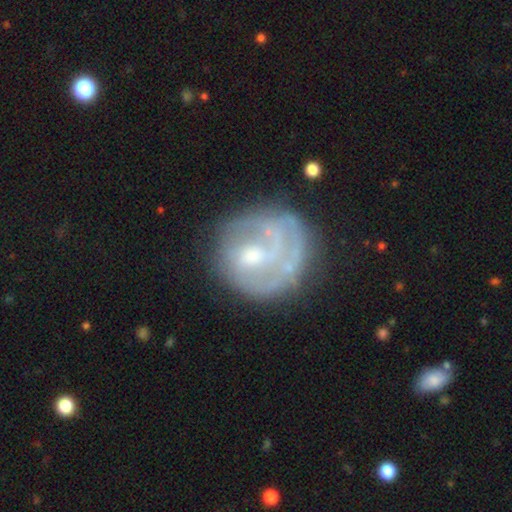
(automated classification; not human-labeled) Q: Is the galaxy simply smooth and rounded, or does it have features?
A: featured or disk — 66%.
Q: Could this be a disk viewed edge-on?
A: no — 98%.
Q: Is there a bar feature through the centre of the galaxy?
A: no — 62%.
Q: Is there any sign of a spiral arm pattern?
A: yes — 59%.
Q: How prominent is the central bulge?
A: moderate — 48%.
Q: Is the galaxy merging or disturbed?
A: none — 58%.